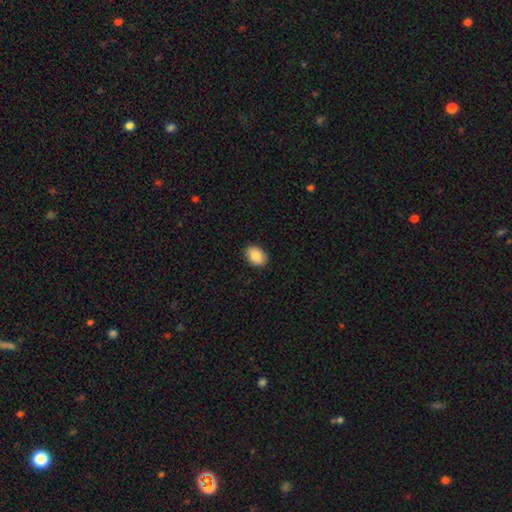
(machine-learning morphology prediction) A smooth galaxy with no disk features (87%) that is in between round and cigar-shaped (80%). Merging: none (89%).